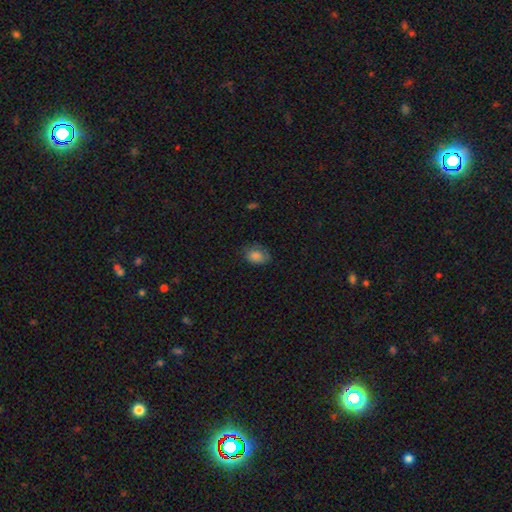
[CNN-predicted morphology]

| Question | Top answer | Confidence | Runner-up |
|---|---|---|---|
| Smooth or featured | smooth | 82% | star or artifact (10%) |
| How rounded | in between | 64% | round (35%) |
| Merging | none | 64% | minor disturbance (26%) |